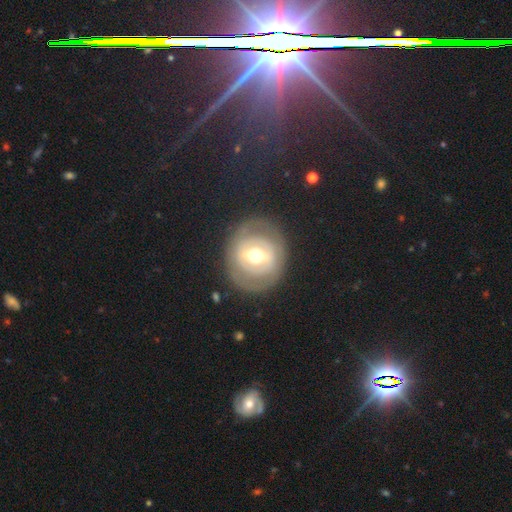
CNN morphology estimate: The model was most divided on "bar": weak: 39%, strong: 31%, no: 30%. More confident: edge-on disk — no (96%); merging — none (78%); bulge size — moderate (72%); smooth or featured — featured or disk (67%); spiral arms — no (62%).